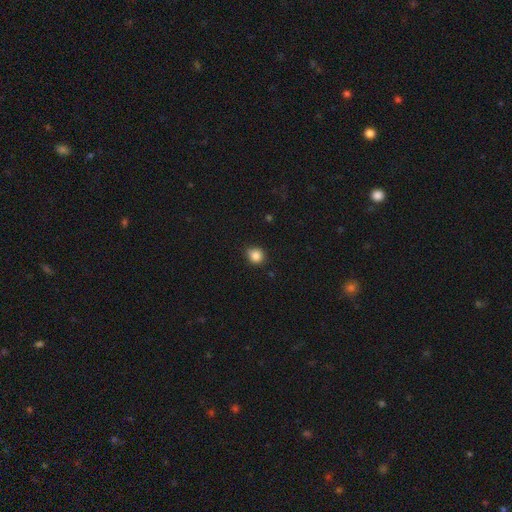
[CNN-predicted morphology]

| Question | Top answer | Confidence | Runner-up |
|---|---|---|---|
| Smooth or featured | smooth | 85% | star or artifact (11%) |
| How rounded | round | 79% | in between (20%) |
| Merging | none | 76% | minor disturbance (20%) |